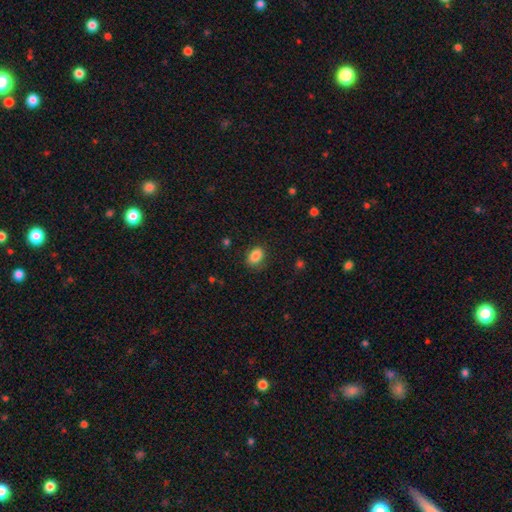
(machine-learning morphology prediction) Smooth or featured?
  - smooth: 87% *
  - star or artifact: 9%
  - featured or disk: 5%
How rounded?
  - in between: 81% *
  - round: 18%
  - cigar-shaped: 1%
Merging?
  - none: 81% *
  - minor disturbance: 14%
  - major disturbance: 4%
  - merger: 1%